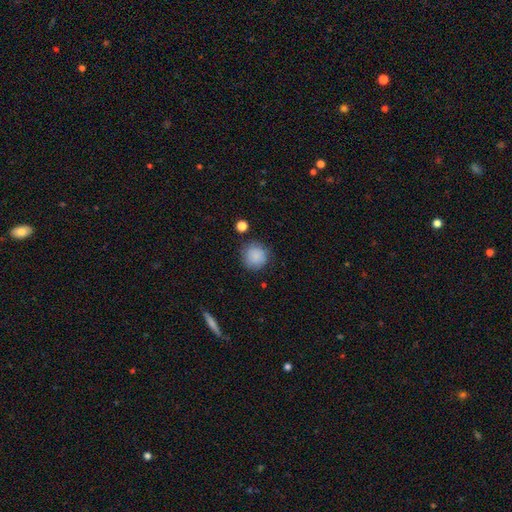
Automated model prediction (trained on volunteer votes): A smooth galaxy with no disk features (85%) that is round (92%).

Vote fractions:
- Smooth or featured? smooth: 85% / star or artifact: 9% / featured or disk: 6%
- How rounded? round: 92% / in between: 7% / cigar-shaped: 1%
- Merging? none: 80% / minor disturbance: 13% / major disturbance: 4% / merger: 3%